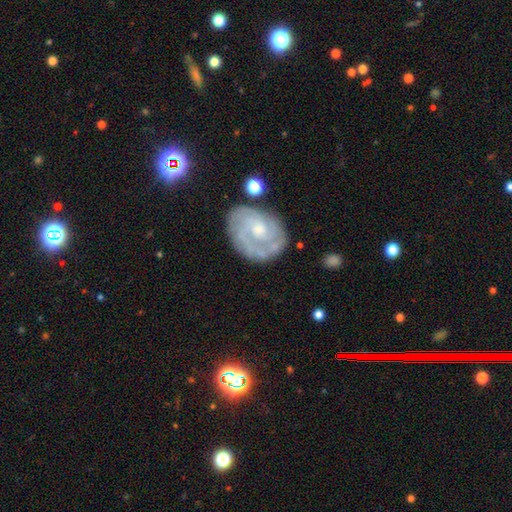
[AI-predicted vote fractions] A featured or disk galaxy (78%) with no bar (70%), 2 (33%) tight (65%) spiral arms (90%) and a small central bulge (54%).

Vote fractions:
- Smooth or featured? featured or disk: 78% / smooth: 14% / star or artifact: 8%
- Edge-on disk? no: 97% / yes: 3%
- Bar? no: 70% / weak: 25% / strong: 5%
- Spiral arms? yes: 90% / no: 10%
- Spiral winding? tight: 65% / medium: 28% / loose: 7%
- Spiral arm count? 2: 33% / can't tell: 31% / 3: 18% / 1: 8% / 4: 5% / more than 4: 4%
- Bulge size? small: 54% / moderate: 38% / none: 5% / large: 2% / dominant: 1%
- Merging? none: 73% / minor disturbance: 18% / major disturbance: 7% / merger: 3%